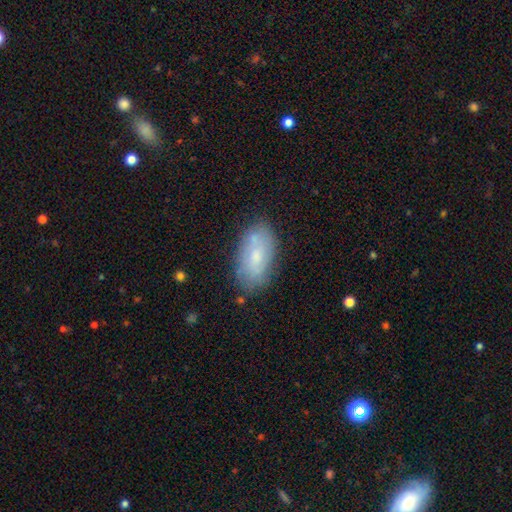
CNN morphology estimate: smooth 61%, featured or disk 31%, star or artifact 8%. Down the decision tree: how rounded — in between (92%); merging — none (75%).